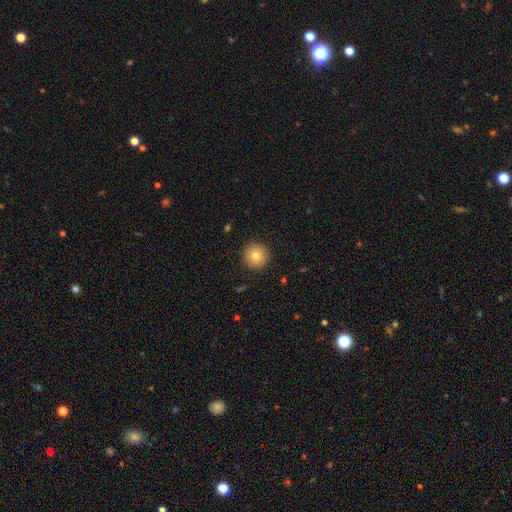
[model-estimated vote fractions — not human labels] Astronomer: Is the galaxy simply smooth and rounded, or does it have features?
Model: smooth — 81%.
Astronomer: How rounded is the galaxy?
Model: round — 96%.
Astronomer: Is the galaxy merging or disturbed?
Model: none — 92%.